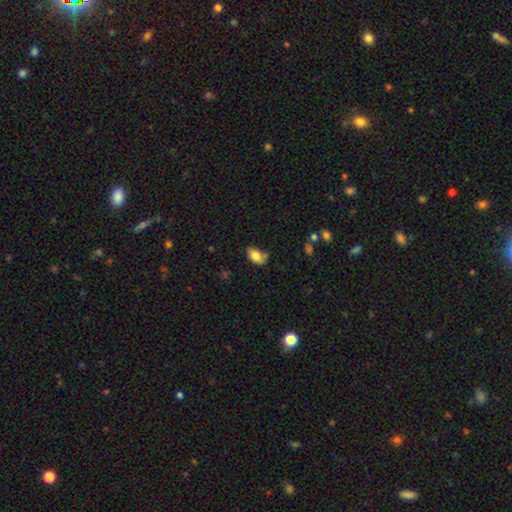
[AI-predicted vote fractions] A smooth galaxy with no disk features (80%) that is in between round and cigar-shaped (88%). Merging: none (51%).